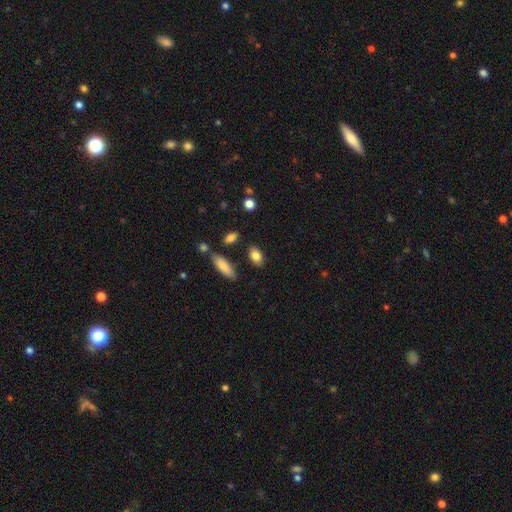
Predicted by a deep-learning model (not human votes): Smooth or featured? Predicted: smooth (p=0.83). How rounded? Predicted: in between (p=0.87). Merging? Predicted: none (p=0.82).